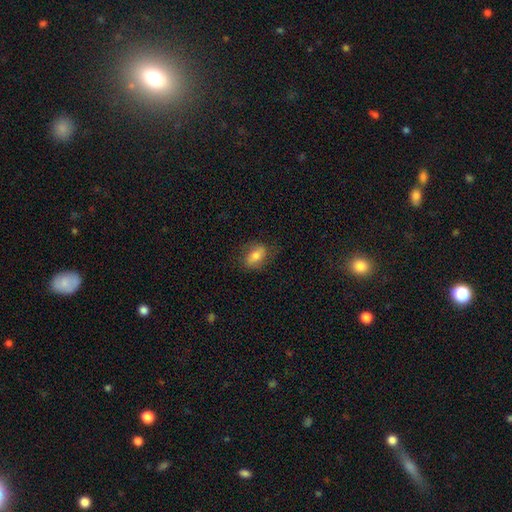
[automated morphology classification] smooth_or_featured: smooth (p=0.71) [alt: featured or disk p=0.20]
how_rounded: in between (p=0.85) [alt: round p=0.12]
merging: none (p=0.71) [alt: minor disturbance p=0.20]